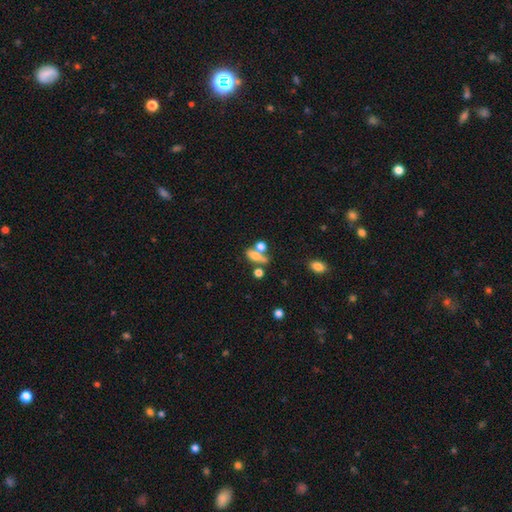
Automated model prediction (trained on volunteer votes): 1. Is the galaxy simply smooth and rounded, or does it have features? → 66% smooth, 21% featured or disk, 13% star or artifact.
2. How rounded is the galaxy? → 64% in between, 20% cigar-shaped, 17% round.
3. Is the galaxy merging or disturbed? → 42% merger, 36% none, 12% minor disturbance, 10% major disturbance.